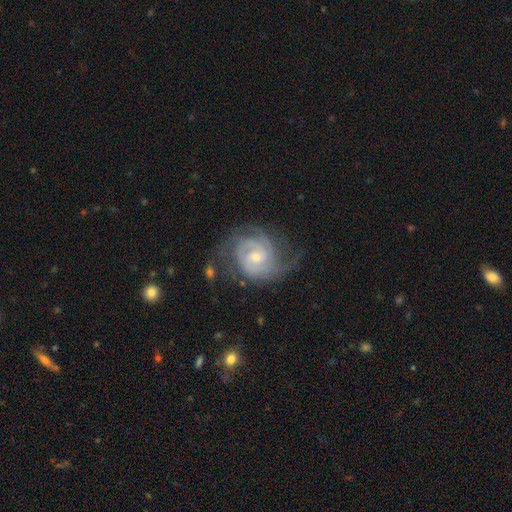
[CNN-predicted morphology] A featured or disk galaxy (88%) with a weak bar (46%), 2 (47%) tight (58%) spiral arms (97%) and a small central bulge (55%). Merging: none (63%).